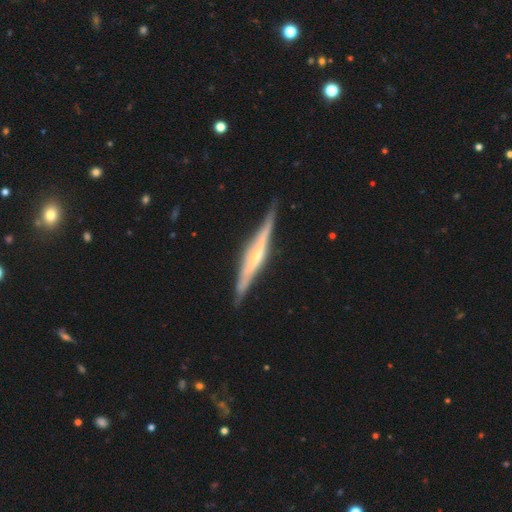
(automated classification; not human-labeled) A featured or disk galaxy (79%) viewed edge-on (96%) with a rounded central bulge (52%). Merging: none (85%).